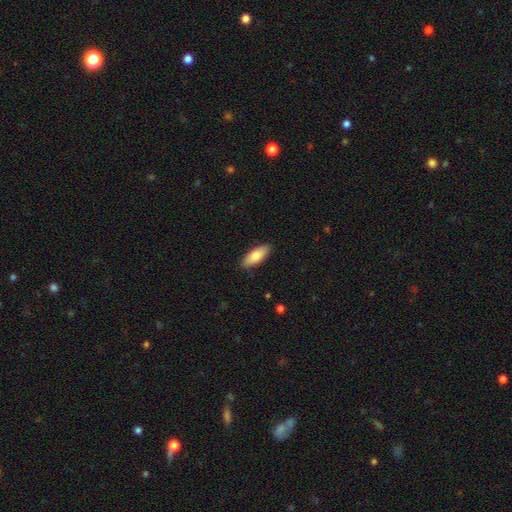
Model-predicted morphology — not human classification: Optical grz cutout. It shows a smooth galaxy with no disk features (78%) that is in between round and cigar-shaped (76%). Merging: none (89%).